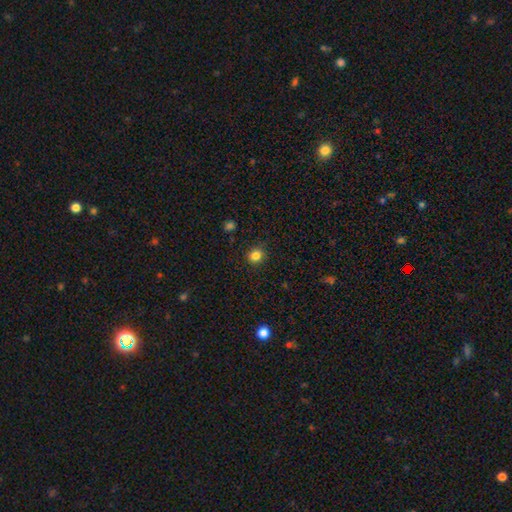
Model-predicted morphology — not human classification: Overall: smooth (84%). How rounded: round (87%). Merging: none (89%).